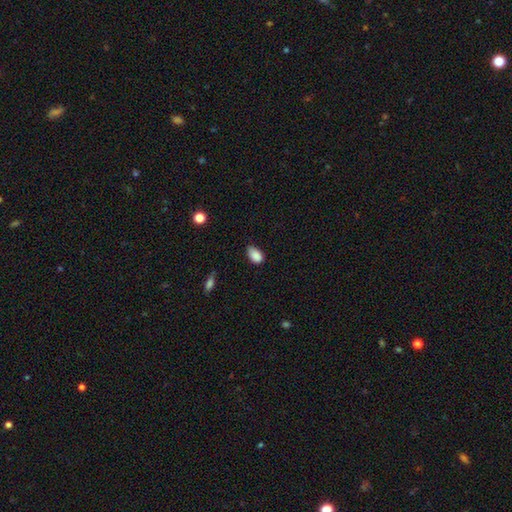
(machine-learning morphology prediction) This is clearly a smooth galaxy (87%). How rounded: clearly in between (89%). Merging: possibly none (59%).